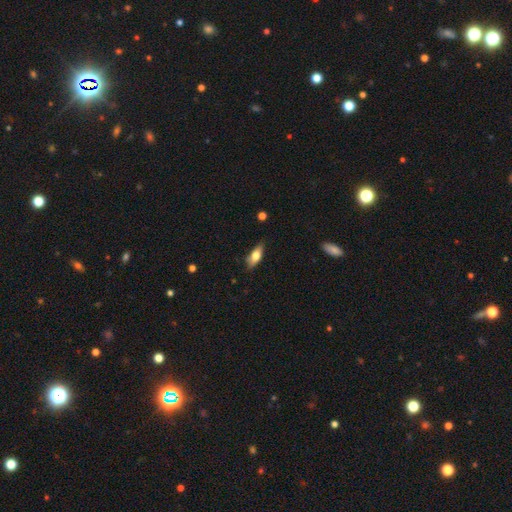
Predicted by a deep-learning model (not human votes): smooth_or_featured: smooth (p=0.64) [alt: featured or disk p=0.29]
how_rounded: in between (p=0.72) [alt: cigar-shaped p=0.25]
merging: none (p=0.77) [alt: minor disturbance p=0.18]